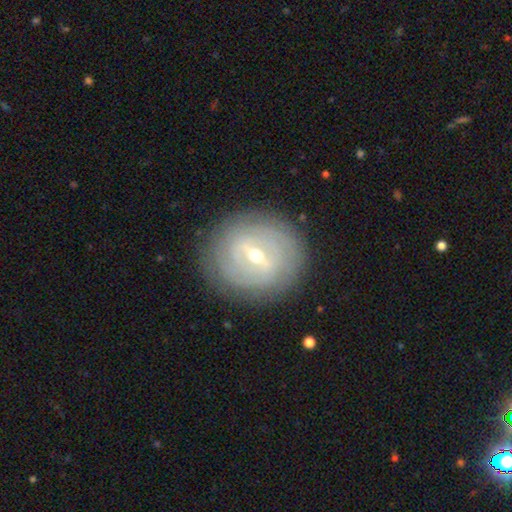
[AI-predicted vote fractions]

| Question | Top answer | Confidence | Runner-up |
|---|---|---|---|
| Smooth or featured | featured or disk | 81% | smooth (13%) |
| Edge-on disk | no | 95% | yes (5%) |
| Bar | weak | 49% | strong (39%) |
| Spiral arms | yes | 77% | no (23%) |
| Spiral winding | tight | 80% | medium (14%) |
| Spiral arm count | can't tell | 52% | 2 (20%) |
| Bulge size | moderate | 56% | small (40%) |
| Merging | none | 85% | minor disturbance (10%) |